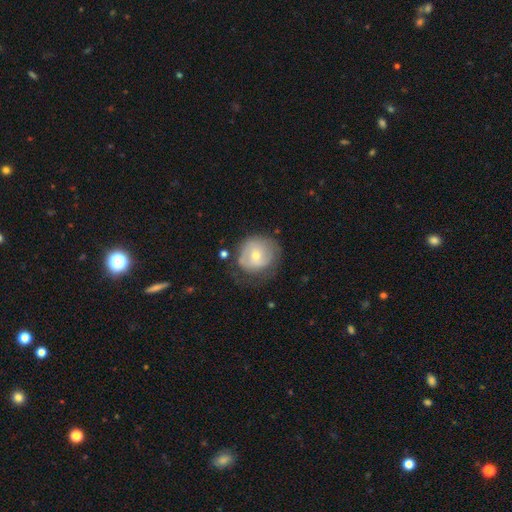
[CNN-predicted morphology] Smooth or featured: smooth — 48% (featured or disk — 45%)
Merging: none — 55% (minor disturbance — 27%)